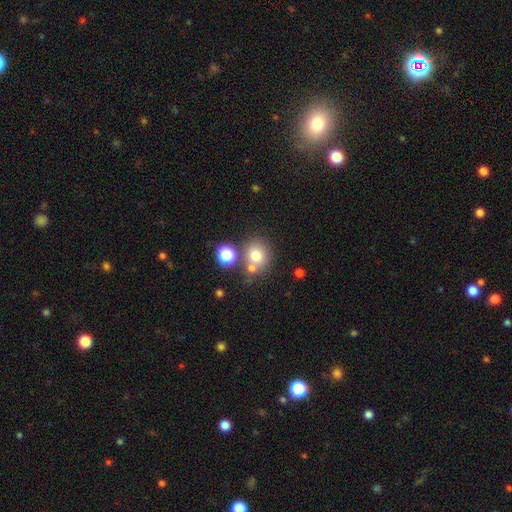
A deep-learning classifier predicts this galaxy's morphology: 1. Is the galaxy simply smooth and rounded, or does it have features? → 75% smooth, 15% star or artifact, 11% featured or disk.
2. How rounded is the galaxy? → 80% round, 20% in between, 1% cigar-shaped.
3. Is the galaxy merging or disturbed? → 63% none, 22% merger, 10% minor disturbance, 4% major disturbance.